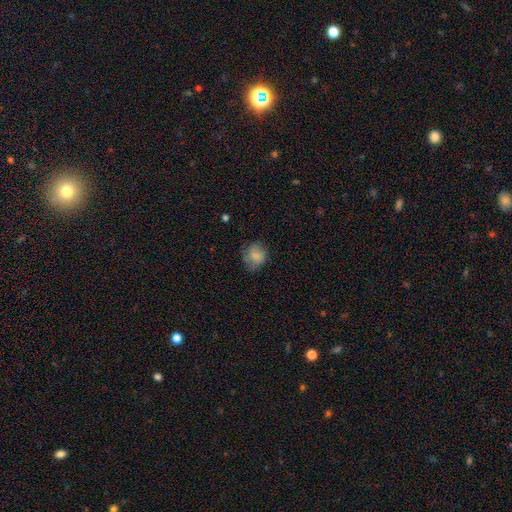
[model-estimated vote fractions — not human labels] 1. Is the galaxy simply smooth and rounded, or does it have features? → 79% smooth, 12% featured or disk, 9% star or artifact.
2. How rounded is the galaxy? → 73% round, 26% in between, 1% cigar-shaped.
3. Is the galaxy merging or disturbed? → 67% none, 23% minor disturbance, 9% major disturbance, 1% merger.